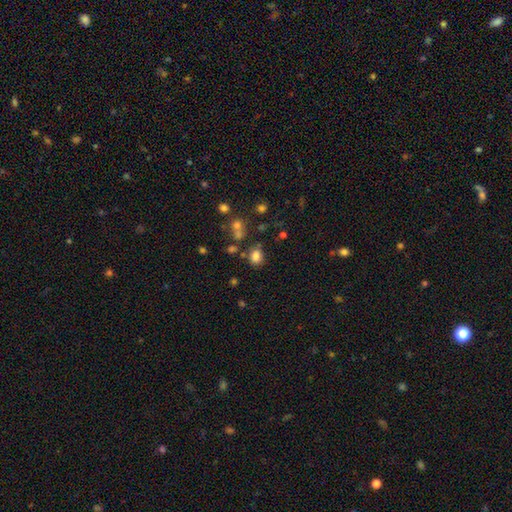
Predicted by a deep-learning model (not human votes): Morphology: type=smooth (79%); roundness=in between (52%); merging=none (71%).